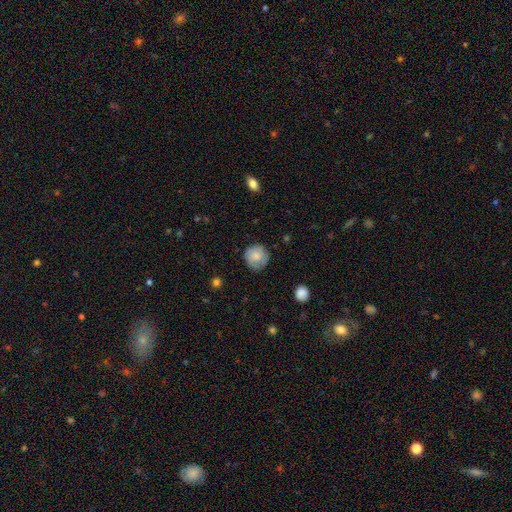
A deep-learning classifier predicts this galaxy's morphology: Overall: smooth (72%). How rounded: round (91%). Merging: none (80%).